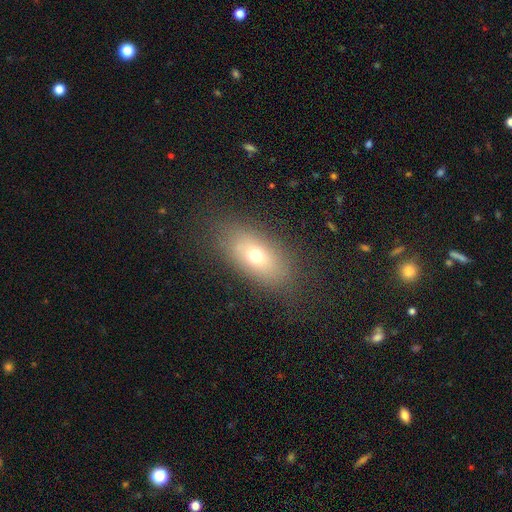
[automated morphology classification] The model was most divided on "smooth or featured": smooth: 66%, featured or disk: 21%, star or artifact: 13%. More confident: how rounded — in between (83%); merging — none (78%).